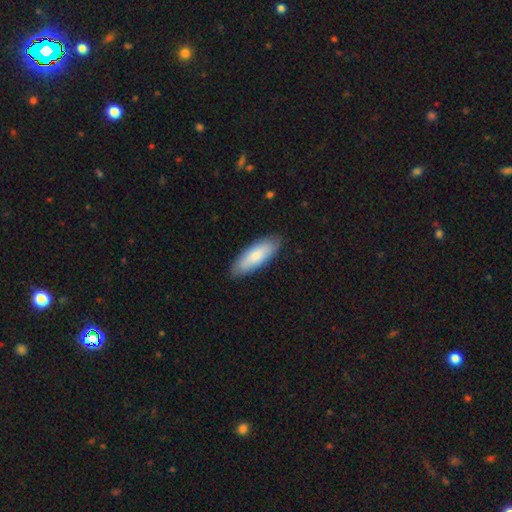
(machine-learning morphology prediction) Overall: smooth (79%). How rounded: in between (66%; cigar-shaped 32%). Merging: none (86%).